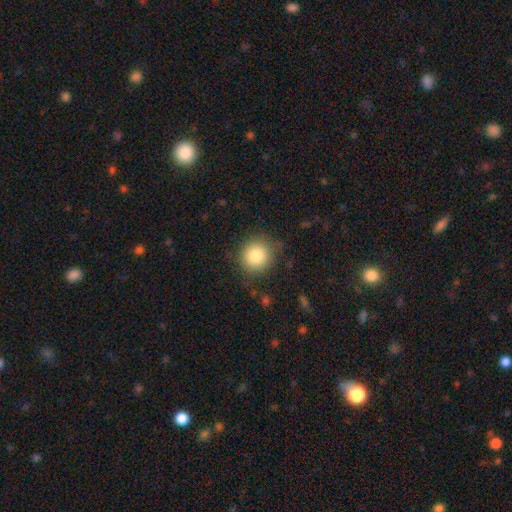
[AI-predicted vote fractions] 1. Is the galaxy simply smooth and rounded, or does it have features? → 84% smooth, 9% star or artifact, 7% featured or disk.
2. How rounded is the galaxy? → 91% round, 8% in between, 1% cigar-shaped.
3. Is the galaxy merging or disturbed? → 82% none, 12% minor disturbance, 4% major disturbance, 1% merger.